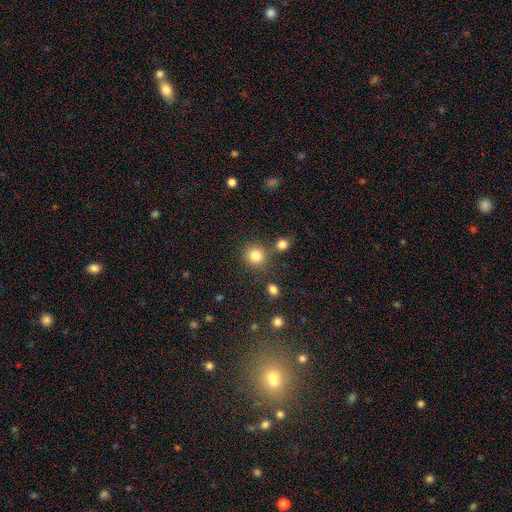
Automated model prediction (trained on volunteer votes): Q: Smooth or featured?
A: smooth (82%); runner-up: star or artifact (12%)
Q: How rounded?
A: round (88%); runner-up: in between (11%)
Q: Merging?
A: none (77%); runner-up: merger (10%)